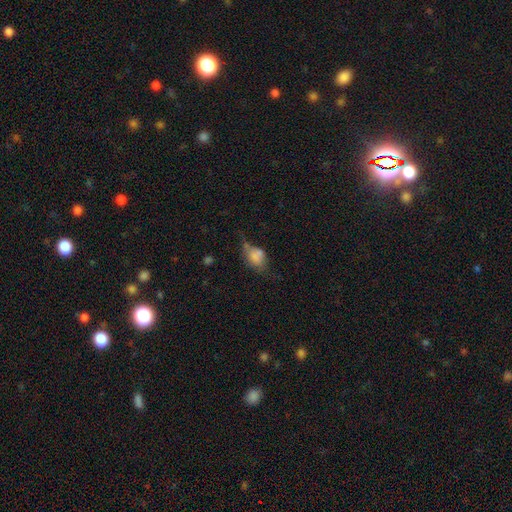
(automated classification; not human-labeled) A smooth galaxy with no disk features (66%) that is in between round and cigar-shaped (77%).

Vote fractions:
- Smooth or featured? smooth: 66% / featured or disk: 23% / star or artifact: 11%
- How rounded? in between: 77% / round: 20% / cigar-shaped: 3%
- Merging? minor disturbance: 33% / none: 29% / major disturbance: 29% / merger: 10%